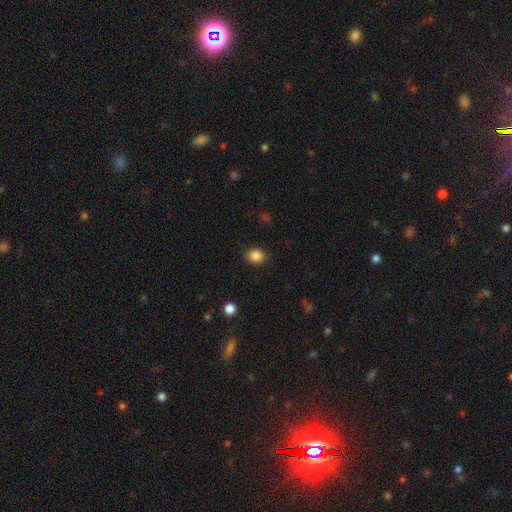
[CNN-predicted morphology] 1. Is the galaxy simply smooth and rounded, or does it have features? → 86% smooth, 10% star or artifact, 4% featured or disk.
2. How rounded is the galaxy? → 57% round, 43% in between, 1% cigar-shaped.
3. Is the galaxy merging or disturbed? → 88% none, 8% minor disturbance, 2% major disturbance, 1% merger.